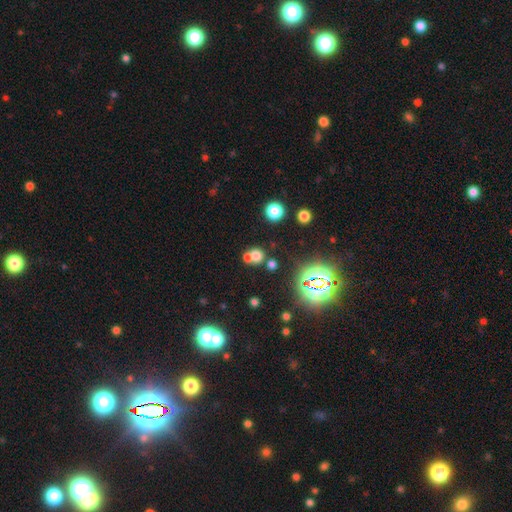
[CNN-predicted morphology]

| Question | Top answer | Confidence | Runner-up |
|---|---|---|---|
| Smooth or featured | smooth | 64% | star or artifact (23%) |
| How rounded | round | 81% | in between (18%) |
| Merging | merger | 46% | none (43%) |